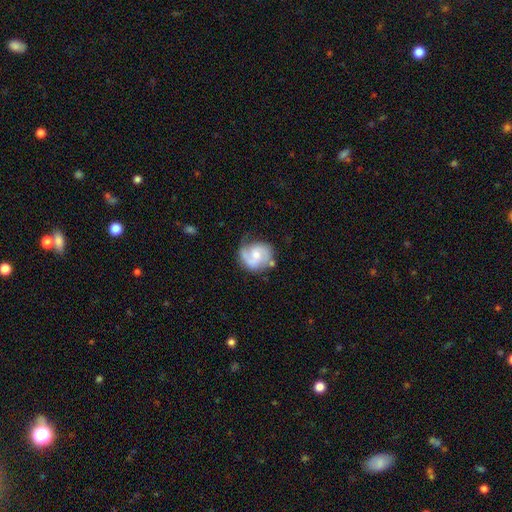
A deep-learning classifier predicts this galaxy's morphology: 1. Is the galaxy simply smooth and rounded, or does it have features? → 75% featured or disk, 19% smooth, 6% star or artifact.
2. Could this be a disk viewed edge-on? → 98% no, 2% yes.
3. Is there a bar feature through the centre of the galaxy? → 60% no, 34% weak, 6% strong.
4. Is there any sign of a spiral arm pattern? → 93% yes, 7% no.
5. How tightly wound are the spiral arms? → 46% medium, 30% tight, 24% loose.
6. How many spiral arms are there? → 69% 2, 18% 1, 8% can't tell, 2% 3, 1% 4, 1% more than 4.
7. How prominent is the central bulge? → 51% moderate, 43% small, 3% large, 3% none, 1% dominant.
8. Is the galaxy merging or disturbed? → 59% none, 25% minor disturbance, 11% major disturbance, 6% merger.